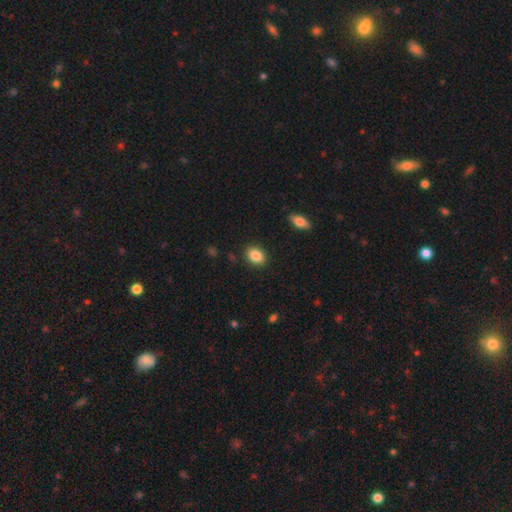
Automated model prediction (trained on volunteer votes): A smooth galaxy with no disk features (87%) that is in between round and cigar-shaped (69%).

Vote fractions:
- Smooth or featured? smooth: 87% / star or artifact: 8% / featured or disk: 5%
- How rounded? in between: 69% / round: 30% / cigar-shaped: 1%
- Merging? none: 88% / minor disturbance: 8% / major disturbance: 2% / merger: 1%